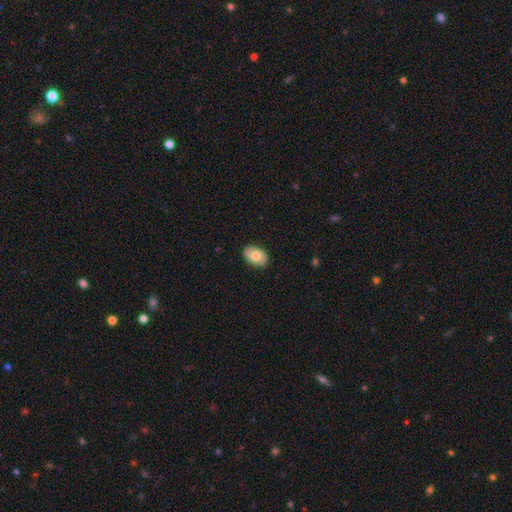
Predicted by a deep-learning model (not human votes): Overall: smooth (68%). How rounded: in between (89%). Merging: none (86%).